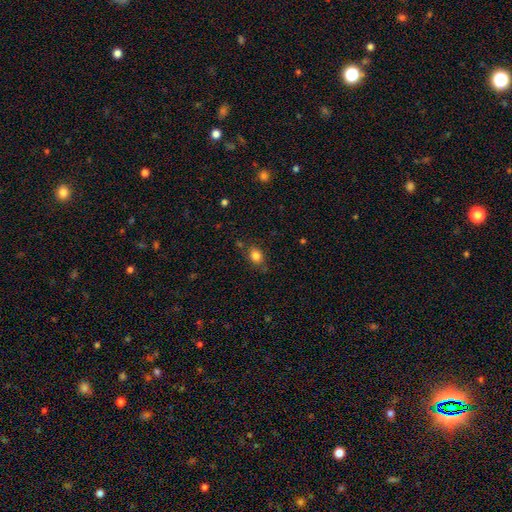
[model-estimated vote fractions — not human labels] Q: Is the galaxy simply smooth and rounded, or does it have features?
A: smooth — 82%.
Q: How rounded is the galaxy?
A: in between — 61%.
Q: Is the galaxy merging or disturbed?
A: none — 73%.